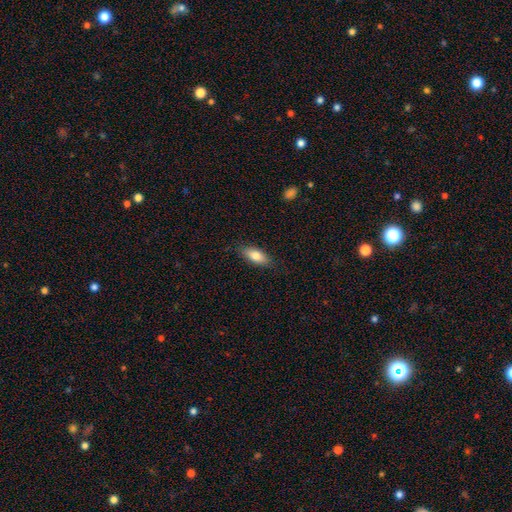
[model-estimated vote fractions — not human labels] Smooth or featured?
  - smooth: 79% *
  - featured or disk: 14%
  - star or artifact: 7%
How rounded?
  - in between: 81% *
  - cigar-shaped: 16%
  - round: 3%
Merging?
  - none: 84% *
  - minor disturbance: 12%
  - major disturbance: 2%
  - merger: 1%